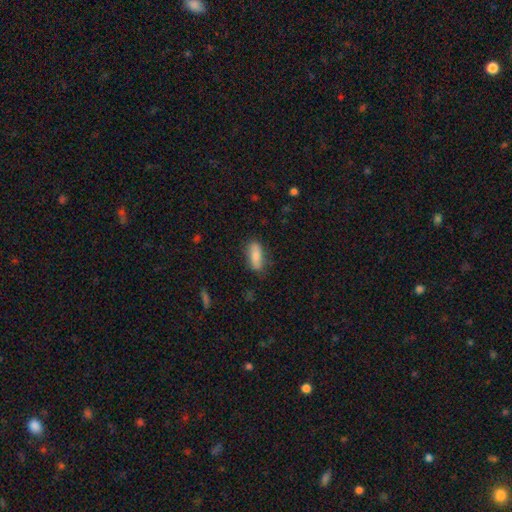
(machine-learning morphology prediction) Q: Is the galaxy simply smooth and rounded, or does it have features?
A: smooth — 81%.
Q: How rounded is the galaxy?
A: in between — 74%.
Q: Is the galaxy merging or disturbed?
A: none — 77%.